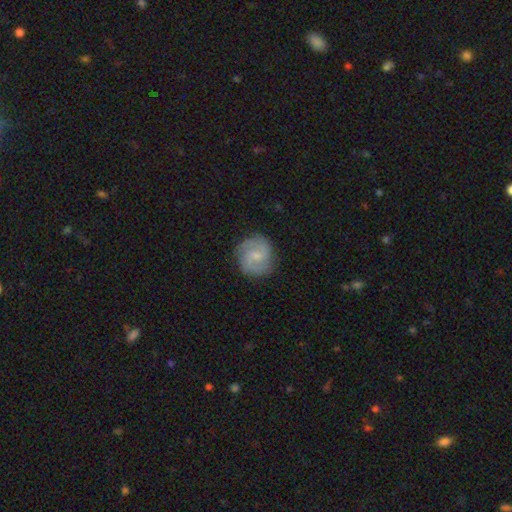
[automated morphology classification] smooth-or-featured: featured or disk: 66% | smooth: 28% | star or artifact: 6%
  disk-edge-on: no: 98% | yes: 2%
    bar: weak: 48% | no: 45% | strong: 7%
    has-spiral-arms: yes: 92% | no: 8%
      spiral-winding: medium: 49% | tight: 34% | loose: 18%
      spiral-arm-count: 2: 64% | can't tell: 14% | 3: 13% | 1: 3% | 4: 3% | more than 4: 3%
    bulge-size: small: 62% | moderate: 27% | none: 8% | large: 1% | dominant: 1%
  merging: none: 81% | minor disturbance: 13% | major disturbance: 4% | merger: 1%